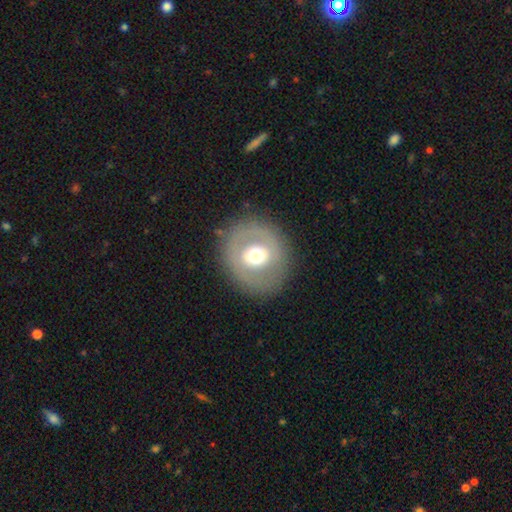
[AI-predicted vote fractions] Smooth or featured? smooth (49%)
Merging? none (83%)